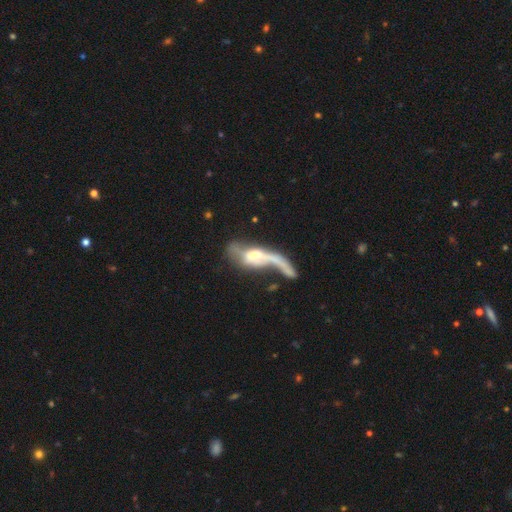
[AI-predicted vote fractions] Morphology: type=featured or disk (67%); edge-on=no (76%); bar=no (60%); spiral arms=yes (59%); bulge=moderate (53%); merging=major disturbance (40%).